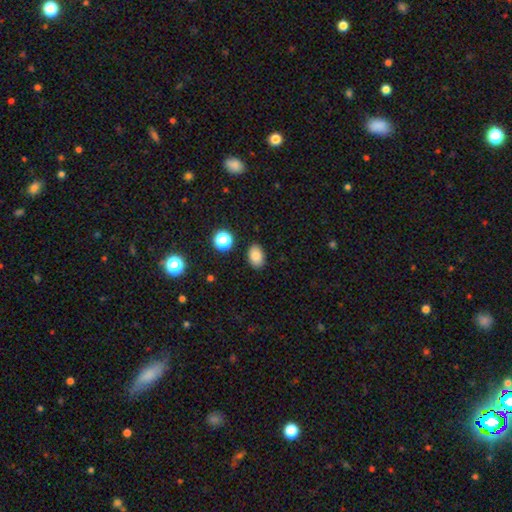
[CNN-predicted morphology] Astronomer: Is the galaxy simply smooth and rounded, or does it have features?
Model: smooth — 83%.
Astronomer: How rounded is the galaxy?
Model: in between — 84%.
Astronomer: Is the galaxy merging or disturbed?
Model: none — 86%.